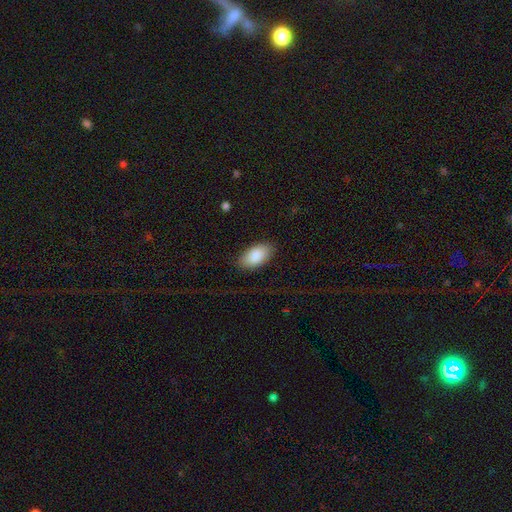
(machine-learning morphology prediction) smooth 89%, star or artifact 6%, featured or disk 5%. Down the decision tree: how rounded — in between (95%); merging — none (85%).